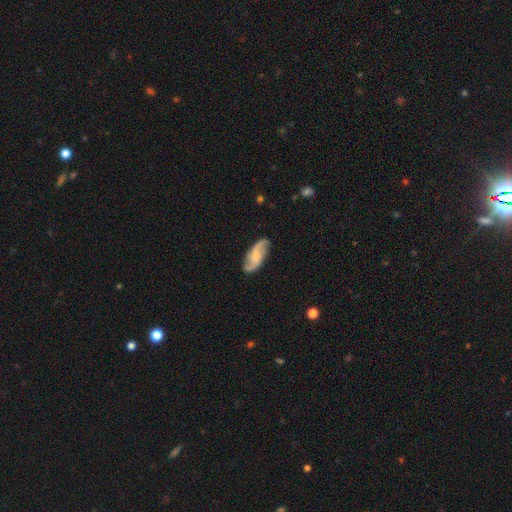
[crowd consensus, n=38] Volunteers were most divided on "bar": no: 46%, weak: 43%, strong: 11%. Remaining: spiral arms — yes (100%); spiral arm count — 2 (96%); edge-on disk — no (93%); merging — none (86%); smooth or featured — featured or disk (79%); spiral winding — loose (68%); bulge size — small (46%).